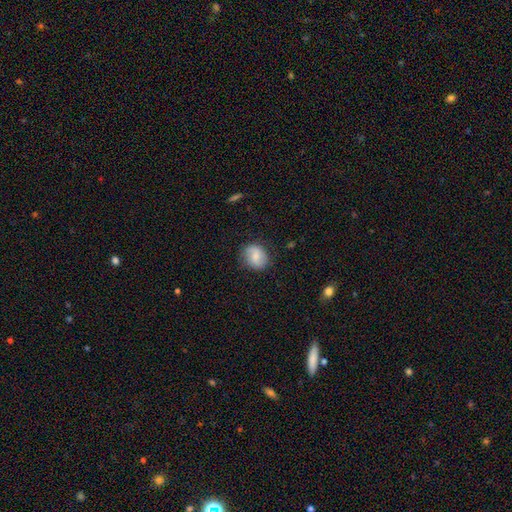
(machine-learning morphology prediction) type=smooth (61%); roundness=round (63%); merging=none (79%).